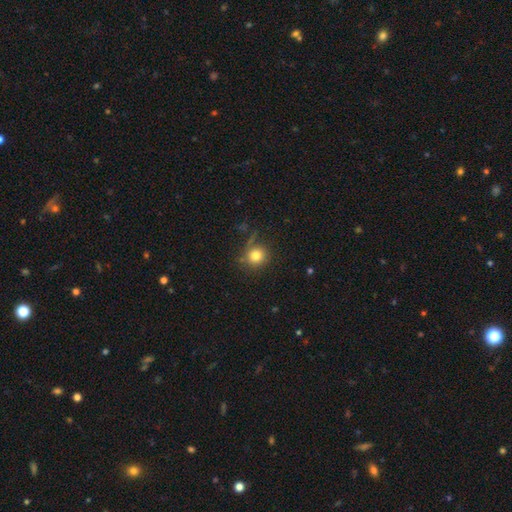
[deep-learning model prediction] The model was most divided on "merging": none: 74%, minor disturbance: 15%, major disturbance: 7%, merger: 4%. More confident: how rounded — round (89%); smooth or featured — smooth (80%).